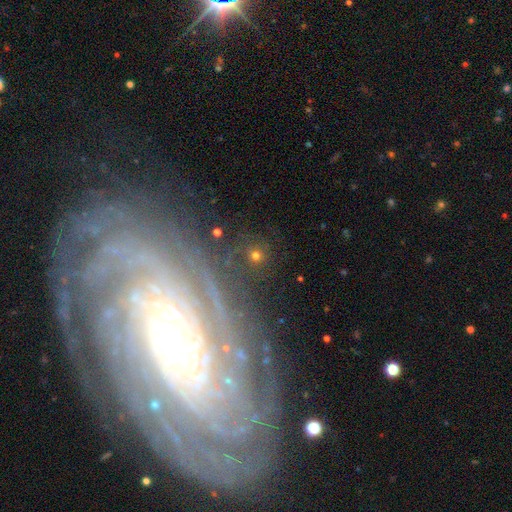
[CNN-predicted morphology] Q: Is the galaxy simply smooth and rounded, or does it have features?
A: smooth — 44%.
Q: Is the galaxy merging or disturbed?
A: none — 81%.